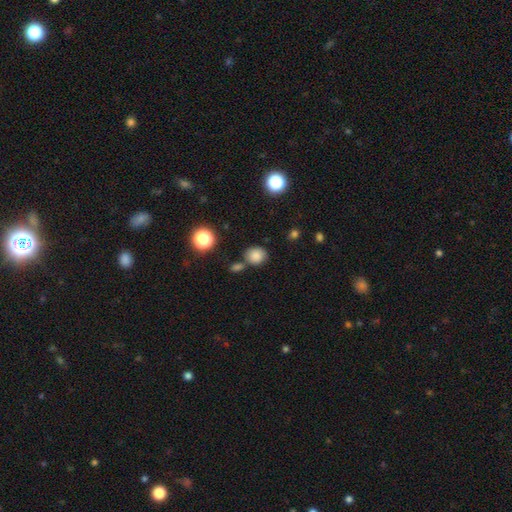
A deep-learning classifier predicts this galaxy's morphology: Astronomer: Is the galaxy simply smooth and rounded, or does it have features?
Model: smooth — 82%.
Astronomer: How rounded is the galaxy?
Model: round — 75%.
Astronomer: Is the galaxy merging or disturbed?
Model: none — 68%.